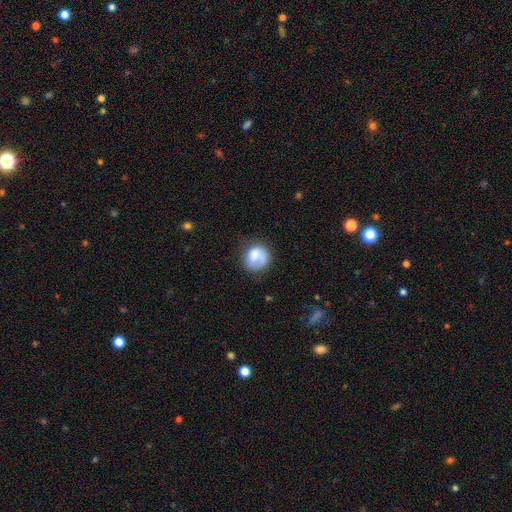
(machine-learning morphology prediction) This is likely a smooth galaxy (63%). How rounded: likely round (78%). Merging: possibly none (60%).